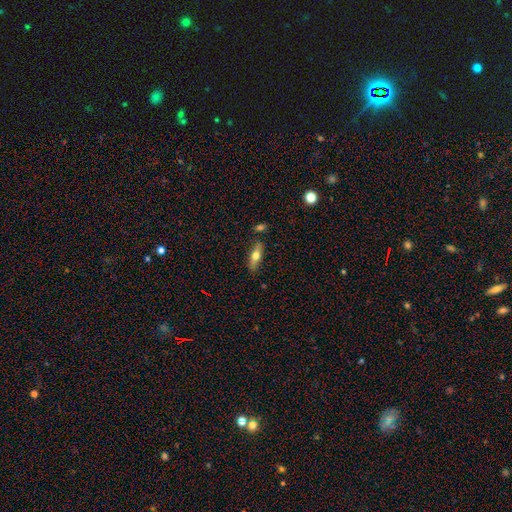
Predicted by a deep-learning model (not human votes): Smooth or featured? smooth (59%)
How rounded? in between (53%)
Merging? none (80%)